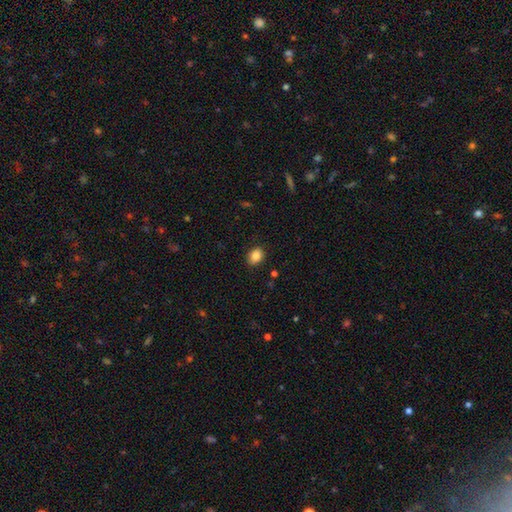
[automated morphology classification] smooth 87%, star or artifact 9%, featured or disk 4%. Down the decision tree: how rounded — in between (57%); merging — none (87%).